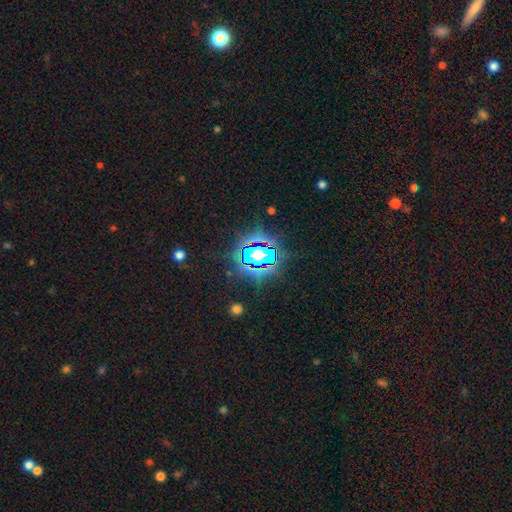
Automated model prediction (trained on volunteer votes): A star or artifact, not a galaxy (82%).

Vote fractions:
- Smooth or featured? star or artifact: 82% / smooth: 11% / featured or disk: 7%